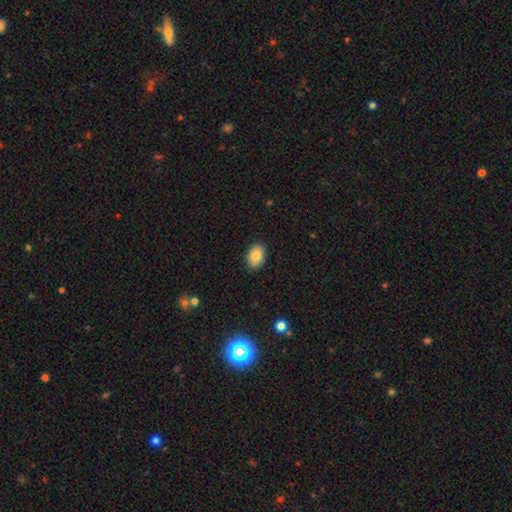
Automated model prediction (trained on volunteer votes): Morphology: type=smooth (85%); roundness=in between (83%); merging=none (89%).